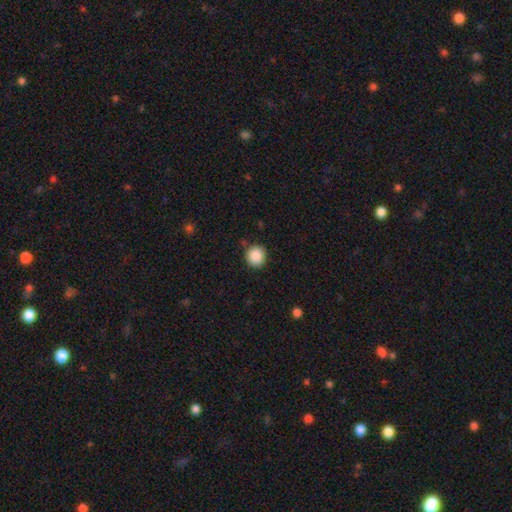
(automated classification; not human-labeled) smooth_or_featured: smooth (p=0.88) [alt: star or artifact p=0.09]
how_rounded: round (p=0.90) [alt: in between p=0.09]
merging: none (p=0.87) [alt: minor disturbance p=0.08]